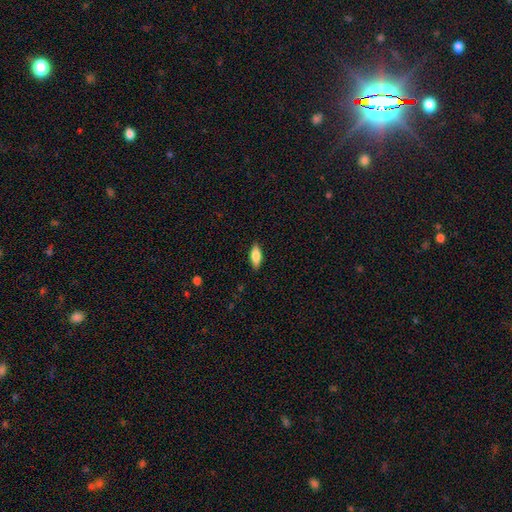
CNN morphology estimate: This appears to be a smooth galaxy with no disk features (78%) that is in between round and cigar-shaped (75%). Merging: none (87%).